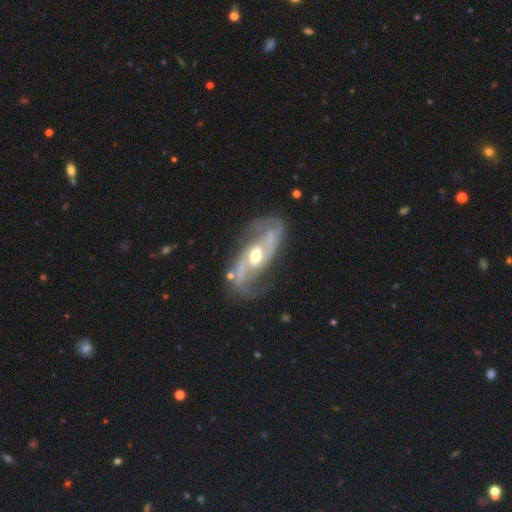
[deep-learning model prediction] smooth_or_featured: featured or disk (p=0.90) [alt: smooth p=0.05]
disk_edge_on: no (p=0.95) [alt: yes p=0.05]
bar: no (p=0.38) [alt: weak p=0.34]
has_spiral_arms: yes (p=0.95) [alt: no p=0.05]
spiral_winding: medium (p=0.50) [alt: loose p=0.27]
spiral_arm_count: 2 (p=0.86) [alt: can't tell p=0.05]
bulge_size: moderate (p=0.69) [alt: small p=0.19]
merging: none (p=0.71) [alt: minor disturbance p=0.17]